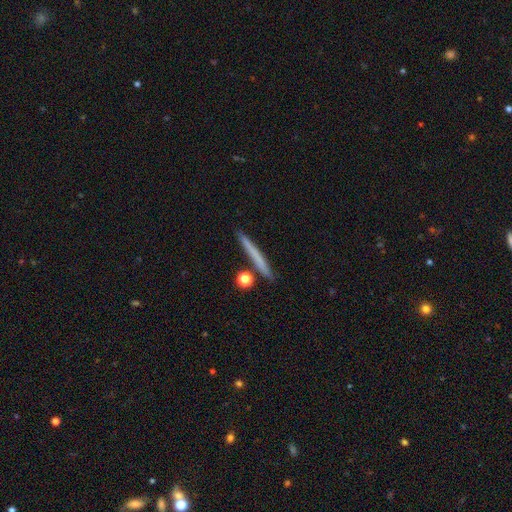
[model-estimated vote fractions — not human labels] smooth 61%, featured or disk 32%, star or artifact 7%. Down the decision tree: how rounded — cigar-shaped (95%); merging — none (86%).